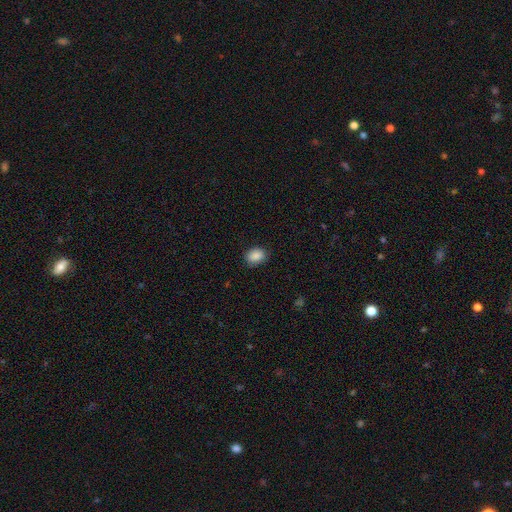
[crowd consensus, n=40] A smooth galaxy with no disk features (88%) that is in between round and cigar-shaped (66%). Merging: none (92%).